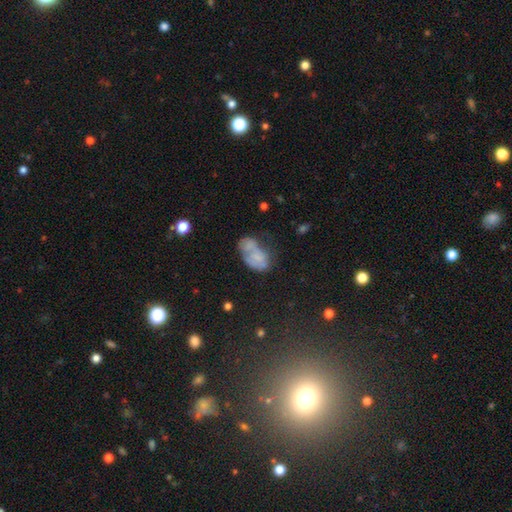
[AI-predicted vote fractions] Smooth or featured?
  - smooth: 47% *
  - featured or disk: 38%
  - star or artifact: 15%
Merging?
  - none: 32% *
  - minor disturbance: 27%
  - major disturbance: 23%
  - merger: 18%